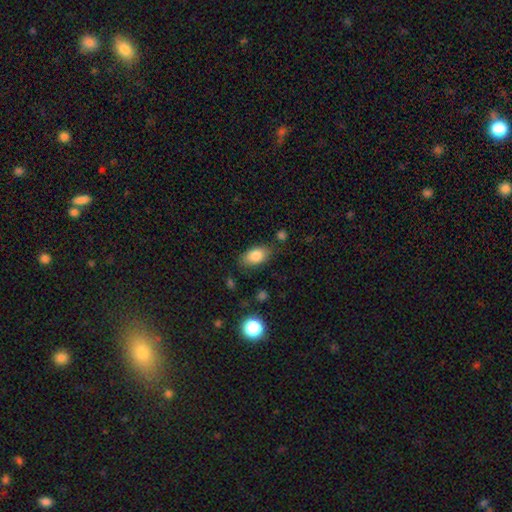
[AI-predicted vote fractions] Q: Smooth or featured?
A: smooth (82%); runner-up: featured or disk (10%)
Q: How rounded?
A: in between (90%); runner-up: round (7%)
Q: Merging?
A: none (77%); runner-up: minor disturbance (16%)